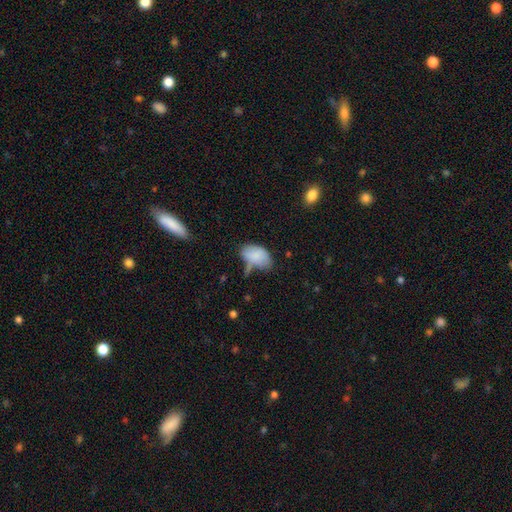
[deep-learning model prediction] Smooth or featured: smooth — 82% (featured or disk — 10%)
How rounded: in between — 92% (round — 7%)
Merging: none — 43% (minor disturbance — 32%)